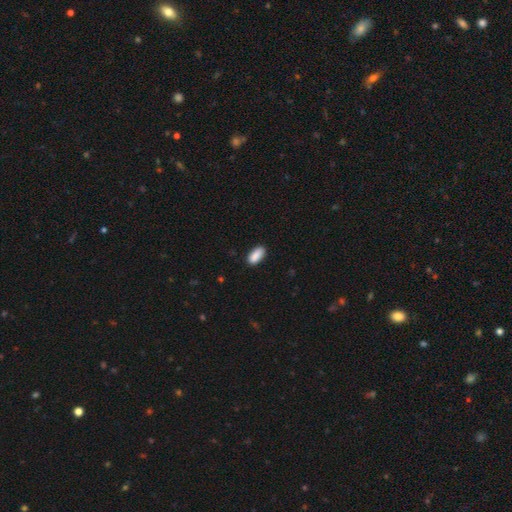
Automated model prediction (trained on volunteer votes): A smooth galaxy with no disk features (90%) that is in between round and cigar-shaped (87%).

Vote fractions:
- Smooth or featured? smooth: 90% / star or artifact: 6% / featured or disk: 3%
- How rounded? in between: 87% / cigar-shaped: 11% / round: 2%
- Merging? none: 87% / minor disturbance: 10% / major disturbance: 2% / merger: 1%